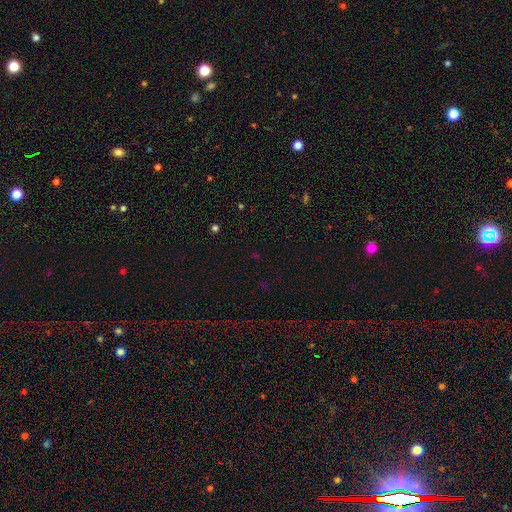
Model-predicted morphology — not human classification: This is likely a star or artifact rather than a galaxy (66%).